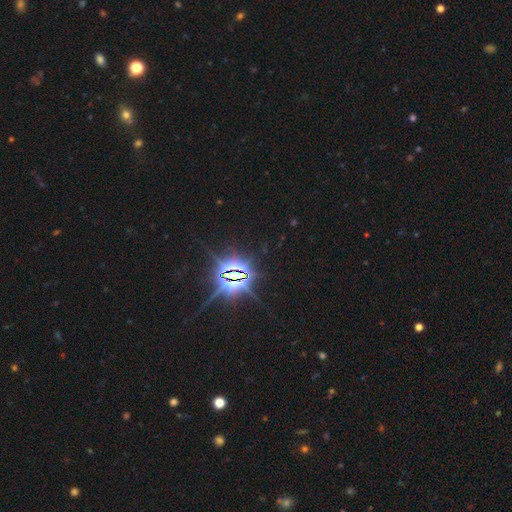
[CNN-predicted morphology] This is clearly a star or artifact rather than a galaxy (86%).